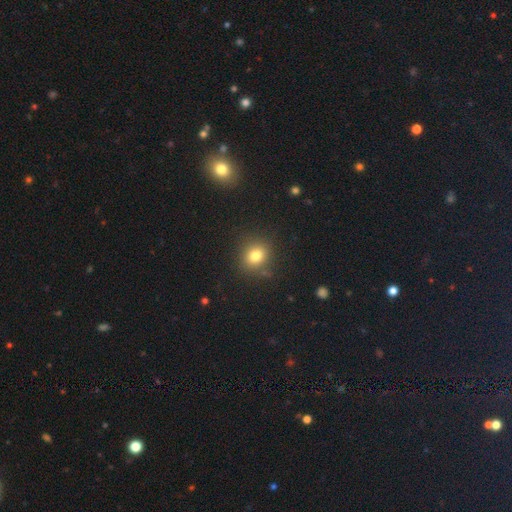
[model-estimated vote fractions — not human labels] Morphology: type=smooth (78%); roundness=round (73%); merging=none (83%).